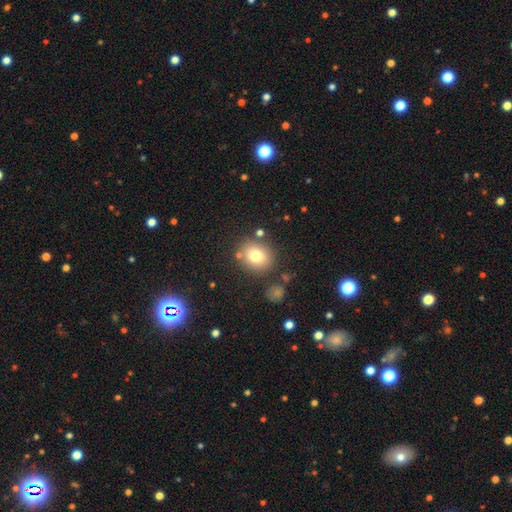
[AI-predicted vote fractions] Q: Smooth or featured?
A: smooth (75%); runner-up: featured or disk (13%)
Q: How rounded?
A: round (72%); runner-up: in between (27%)
Q: Merging?
A: none (79%); runner-up: minor disturbance (11%)